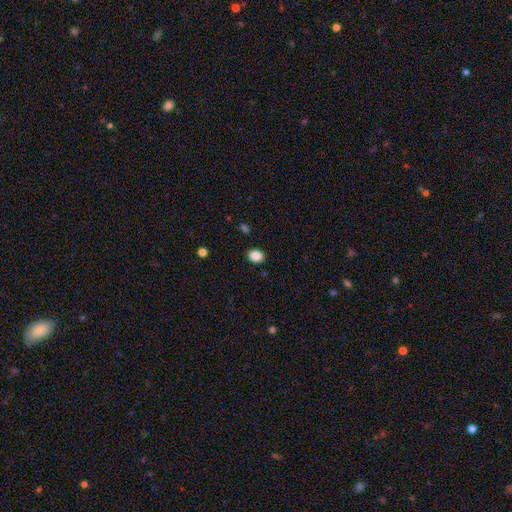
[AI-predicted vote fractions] A smooth galaxy with no disk features (87%) that is in between round and cigar-shaped (54%). Merging: none (89%).